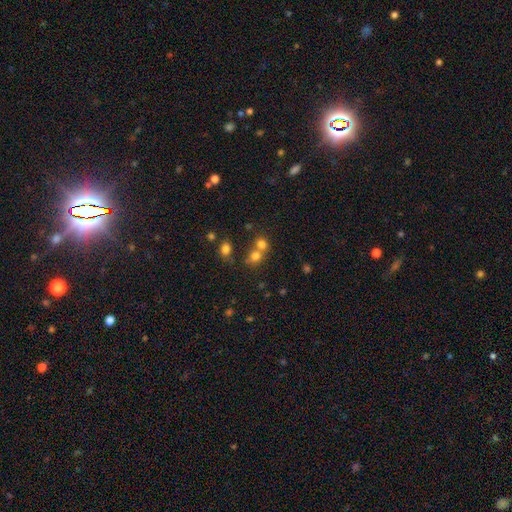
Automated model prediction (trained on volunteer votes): smooth-or-featured: smooth: 74% | star or artifact: 16% | featured or disk: 11%
  how-rounded: round: 70% | in between: 29% | cigar-shaped: 1%
  merging: merger: 54% | none: 37% | minor disturbance: 6% | major disturbance: 3%